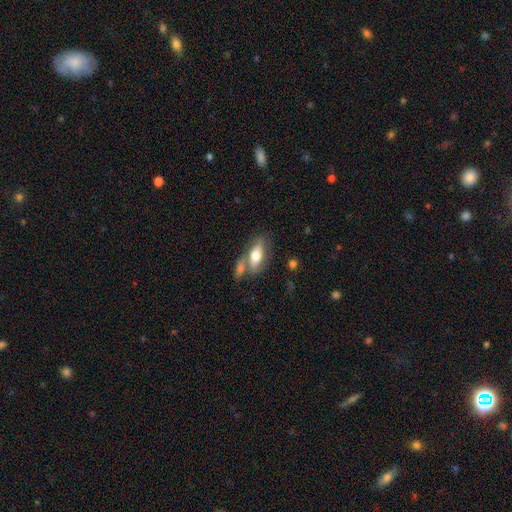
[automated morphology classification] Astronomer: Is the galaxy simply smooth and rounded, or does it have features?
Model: smooth — 60%.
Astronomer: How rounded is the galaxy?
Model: in between — 79%.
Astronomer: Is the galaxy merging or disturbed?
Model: none — 49% (runner-up: merger, 30%).